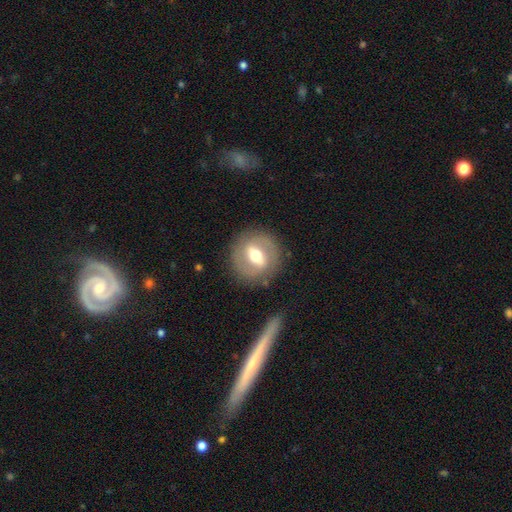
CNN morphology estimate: smooth_or_featured: featured or disk (p=0.65) [alt: smooth p=0.29]
disk_edge_on: no (p=0.91) [alt: yes p=0.09]
bar: strong (p=0.49) [alt: weak p=0.38]
has_spiral_arms: yes (p=0.56) [alt: no p=0.44]
bulge_size: moderate (p=0.70) [alt: large p=0.17]
merging: none (p=0.83) [alt: minor disturbance p=0.10]